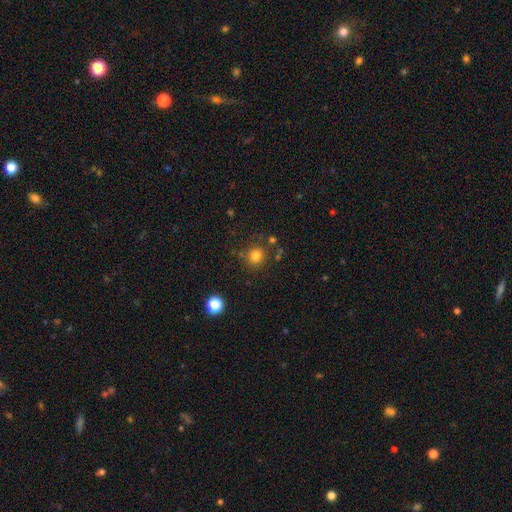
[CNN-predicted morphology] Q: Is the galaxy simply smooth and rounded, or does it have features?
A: smooth — 80%.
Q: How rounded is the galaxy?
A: round — 89%.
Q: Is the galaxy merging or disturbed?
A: none — 80%.